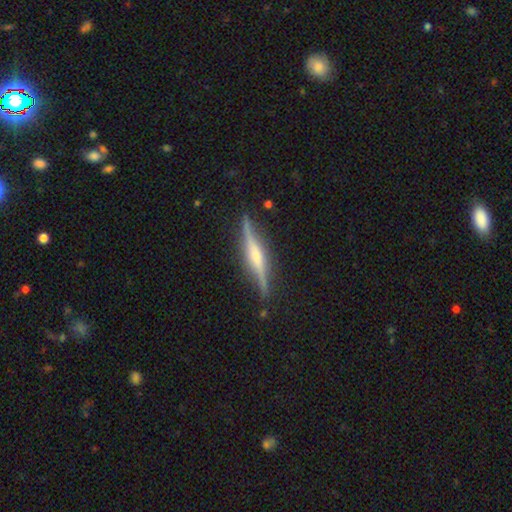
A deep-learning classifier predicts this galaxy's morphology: The model was most divided on "smooth or featured": featured or disk: 79%, smooth: 15%, star or artifact: 5%. More confident: edge-on disk — yes (95%); merging — none (83%); edge-on bulge — rounded (77%).